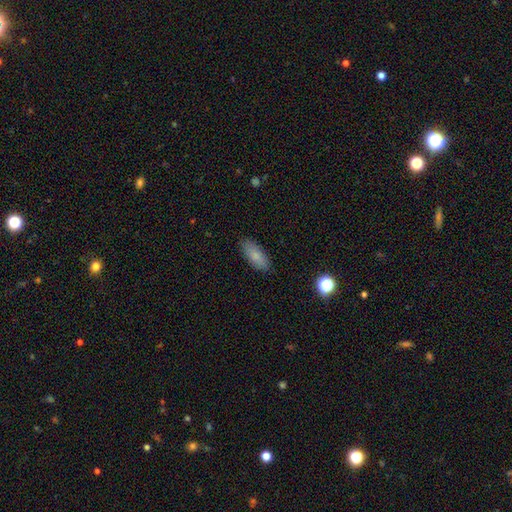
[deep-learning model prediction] This is clearly a smooth galaxy (81%). How rounded: clearly in between (81%). Merging: clearly none (85%).